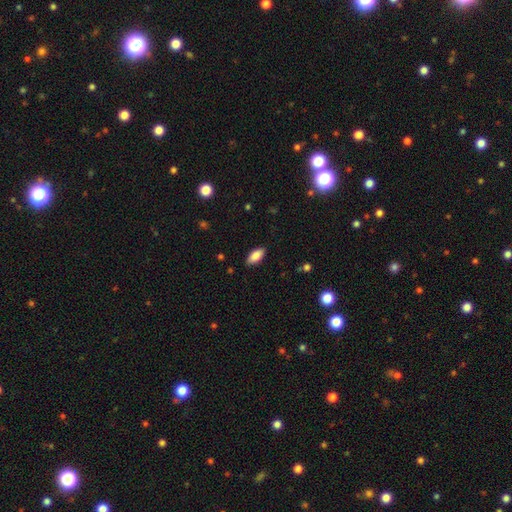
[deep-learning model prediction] smooth_or_featured: smooth (p=0.84) [alt: featured or disk p=0.09]
how_rounded: in between (p=0.89) [alt: cigar-shaped p=0.09]
merging: none (p=0.86) [alt: minor disturbance p=0.10]